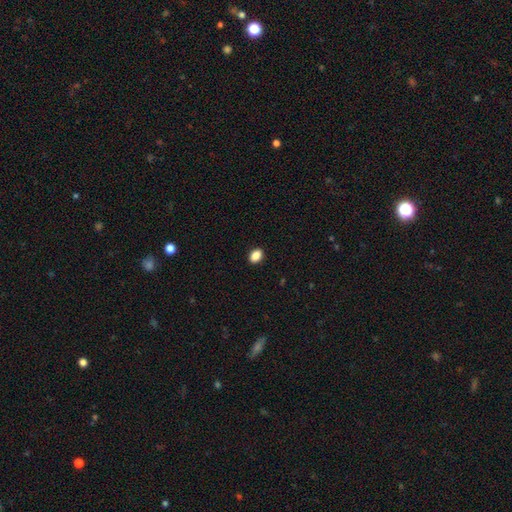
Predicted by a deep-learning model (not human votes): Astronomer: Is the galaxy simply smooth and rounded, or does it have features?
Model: smooth — 88%.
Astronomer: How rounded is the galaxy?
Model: in between — 76%.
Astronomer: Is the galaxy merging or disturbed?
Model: none — 91%.